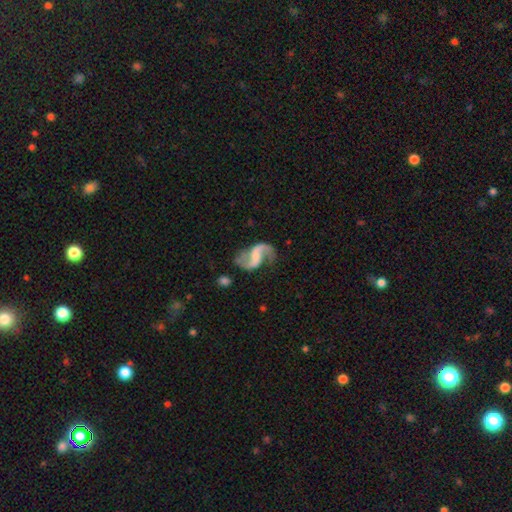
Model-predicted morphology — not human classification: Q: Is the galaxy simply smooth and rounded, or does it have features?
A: featured or disk — 88%.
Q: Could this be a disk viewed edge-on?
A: no — 98%.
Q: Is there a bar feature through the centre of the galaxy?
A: weak — 42%.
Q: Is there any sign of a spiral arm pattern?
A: yes — 96%.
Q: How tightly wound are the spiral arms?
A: loose — 71%.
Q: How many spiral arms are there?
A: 2 — 92%.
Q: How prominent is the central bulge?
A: none — 62%.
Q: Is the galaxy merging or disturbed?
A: none — 67%.